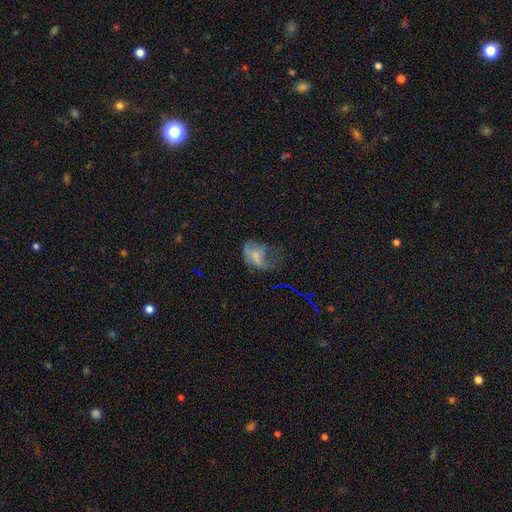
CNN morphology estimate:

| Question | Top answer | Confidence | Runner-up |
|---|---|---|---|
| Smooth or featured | smooth | 49% | featured or disk (38%) |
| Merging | major disturbance | 49% | minor disturbance (25%) |